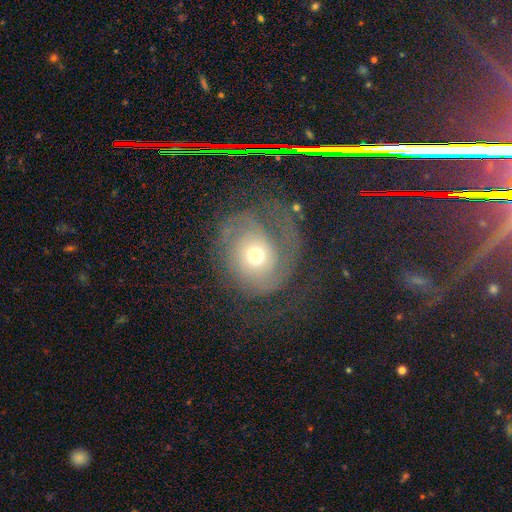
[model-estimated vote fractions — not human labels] A featured or disk galaxy (67%) with no bar (80%), 2 (46%) tight (41%) spiral arms (84%) and a moderate central bulge (57%). Merging: none (45%).